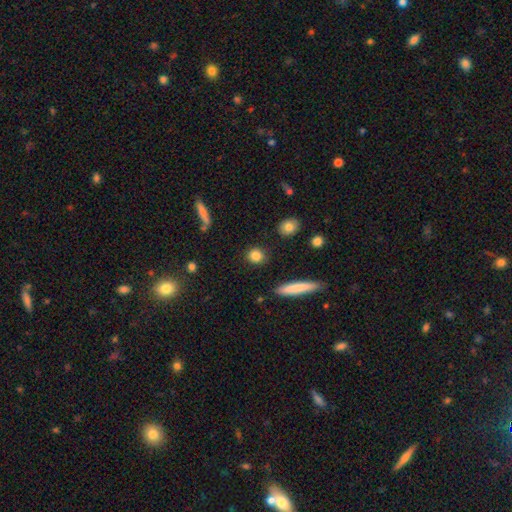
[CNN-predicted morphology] A smooth galaxy with no disk features (84%) that is round (78%). Merging: none (88%).